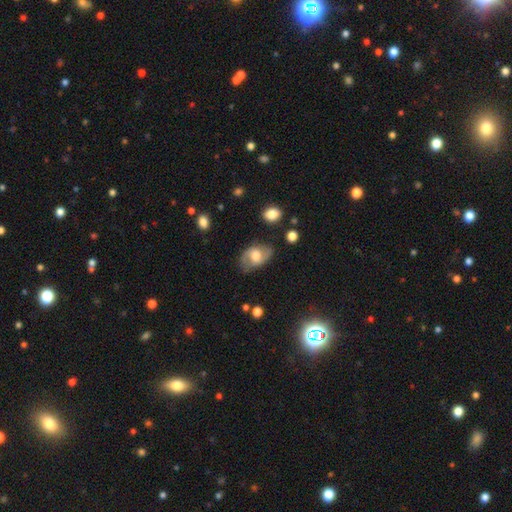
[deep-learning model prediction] smooth-or-featured: featured or disk: 50% | smooth: 42% | star or artifact: 8%
  disk-edge-on: no: 94% | yes: 6%
  merging: none: 70% | minor disturbance: 21% | major disturbance: 7% | merger: 2%